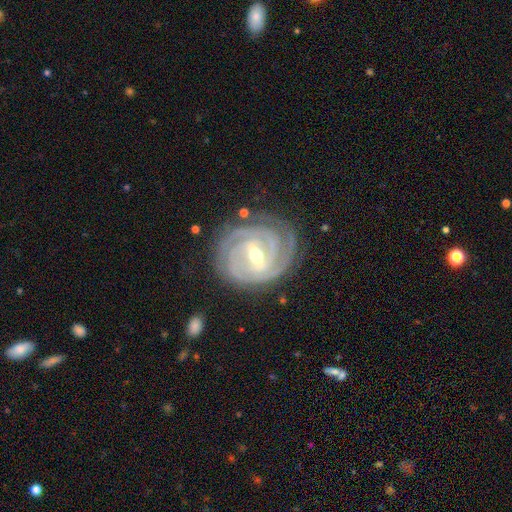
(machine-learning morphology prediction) smooth-or-featured: featured or disk: 92% | star or artifact: 4% | smooth: 4%
  disk-edge-on: no: 97% | yes: 3%
    bar: strong: 48% | weak: 42% | no: 10%
    has-spiral-arms: yes: 98% | no: 2%
      spiral-winding: tight: 82% | medium: 16% | loose: 2%
      spiral-arm-count: 3: 36% | 2: 20% | 4: 18% | can't tell: 15% | more than 4: 6% | 1: 5%
    bulge-size: moderate: 62% | small: 34% | large: 2% | none: 1% | dominant: 1%
  merging: none: 79% | minor disturbance: 15% | major disturbance: 4% | merger: 1%